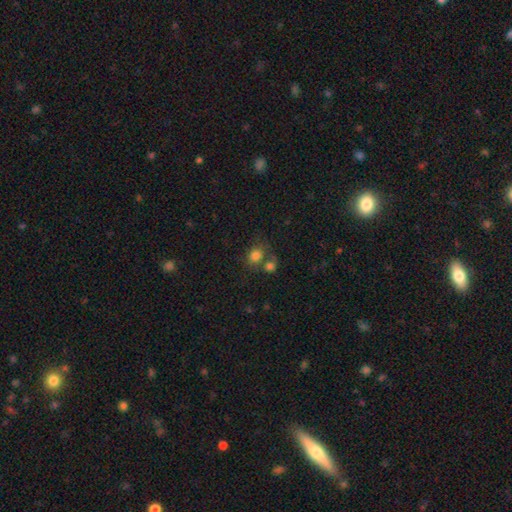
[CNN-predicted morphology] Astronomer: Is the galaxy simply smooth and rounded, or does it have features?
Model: smooth — 77%.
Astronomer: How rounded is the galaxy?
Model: round — 64%.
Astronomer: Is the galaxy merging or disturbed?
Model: none — 43% (runner-up: merger, 37%).